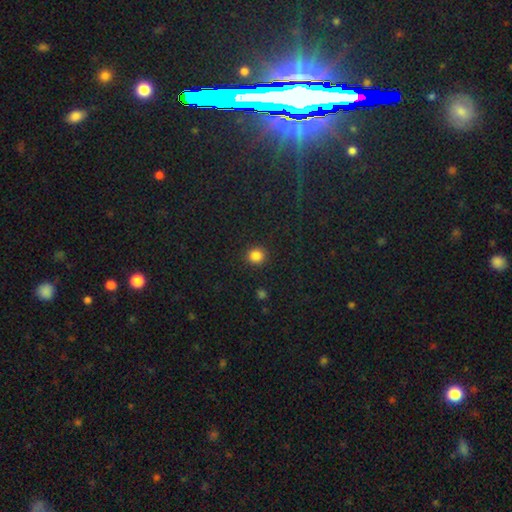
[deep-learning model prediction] Smooth or featured? smooth (85%)
How rounded? round (88%)
Merging? none (91%)